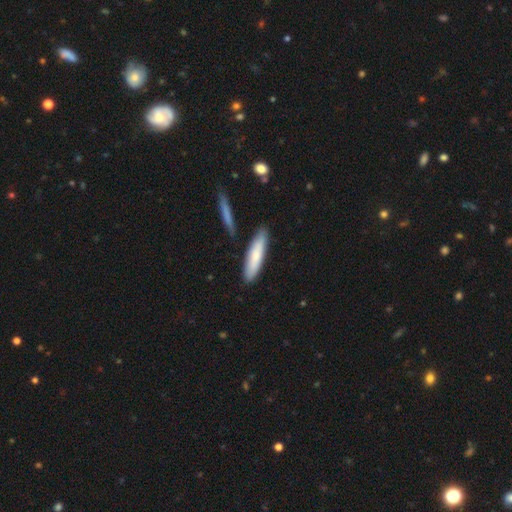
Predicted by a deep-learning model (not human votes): This is likely a smooth galaxy (77%). How rounded: likely cigar-shaped (78%). Merging: clearly none (83%).